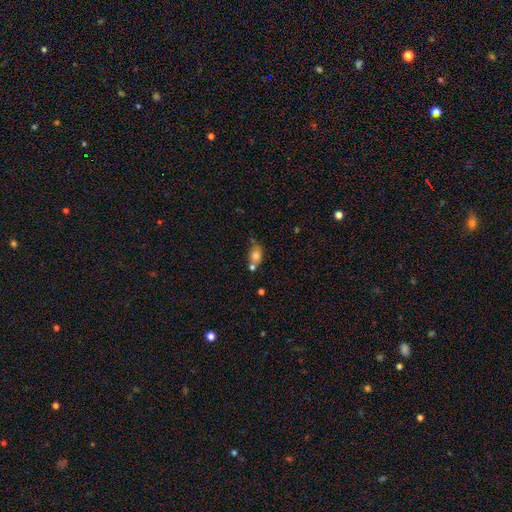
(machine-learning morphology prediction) Overall: smooth (74%). How rounded: in between (69%). Merging: none (41%; merger 35%).